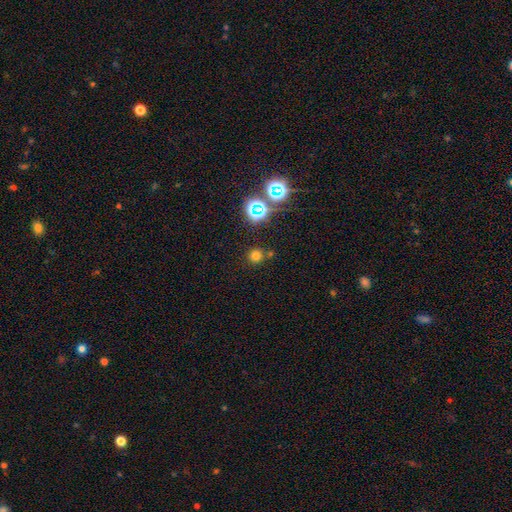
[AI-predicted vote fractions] The model was most divided on "smooth or featured": smooth: 67%, star or artifact: 26%, featured or disk: 6%. More confident: how rounded — round (92%); merging — none (79%).